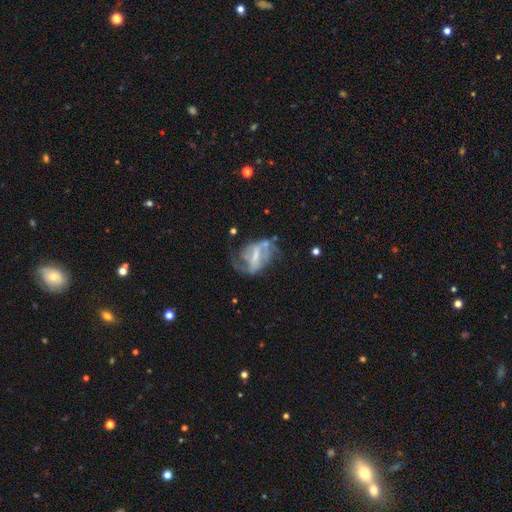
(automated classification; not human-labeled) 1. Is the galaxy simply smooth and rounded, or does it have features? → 78% featured or disk, 14% smooth, 8% star or artifact.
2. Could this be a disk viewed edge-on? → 97% no, 3% yes.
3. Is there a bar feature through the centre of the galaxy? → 43% strong, 42% weak, 15% no.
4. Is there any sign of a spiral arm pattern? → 83% yes, 17% no.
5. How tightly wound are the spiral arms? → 43% loose, 41% medium, 16% tight.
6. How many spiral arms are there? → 66% 2, 13% 1, 13% can't tell, 4% 3, 2% 4, 2% more than 4.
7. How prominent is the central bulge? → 35% small, 29% moderate, 28% none, 7% large, 1% dominant.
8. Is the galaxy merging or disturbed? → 41% none, 33% major disturbance, 21% minor disturbance, 5% merger.